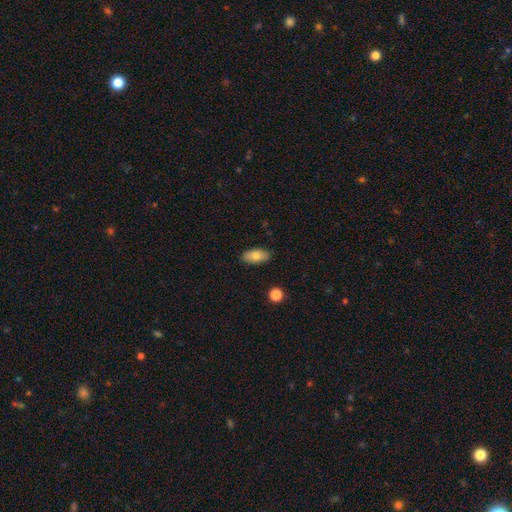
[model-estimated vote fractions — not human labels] A smooth galaxy with no disk features (78%) that is in between round and cigar-shaped (90%). Merging: none (88%).